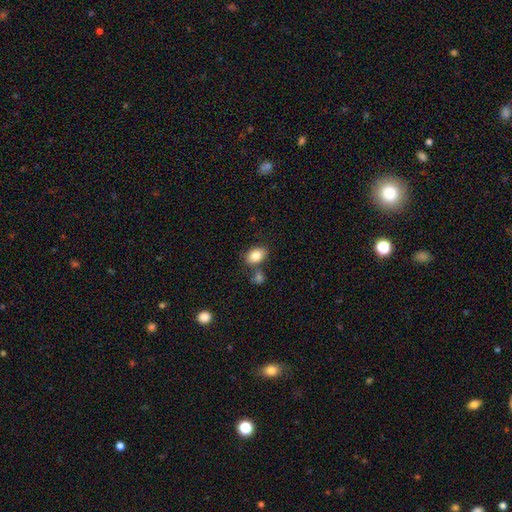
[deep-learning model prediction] This appears to be a smooth galaxy with no disk features (84%) that is in between round and cigar-shaped (81%). Merging: none (65%).